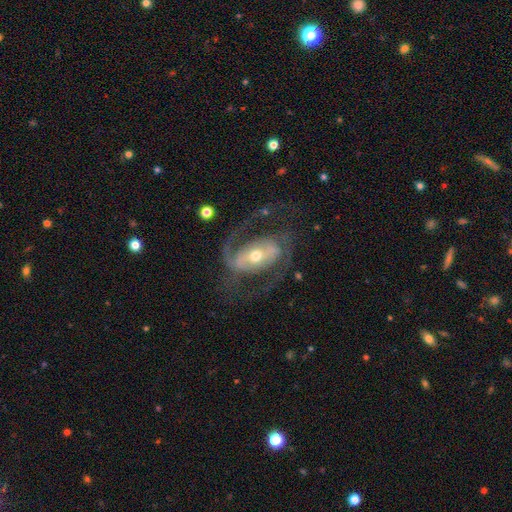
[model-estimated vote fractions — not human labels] Smooth or featured: featured or disk — 87% (smooth — 8%)
Edge-on disk: no — 96% (yes — 4%)
Bar: strong — 44% (weak — 33%)
Spiral arms: yes — 93% (no — 7%)
Spiral winding: medium — 53% (loose — 26%)
Spiral arm count: 2 — 85% (can't tell — 5%)
Bulge size: moderate — 58% (small — 35%)
Merging: none — 66% (major disturbance — 18%)